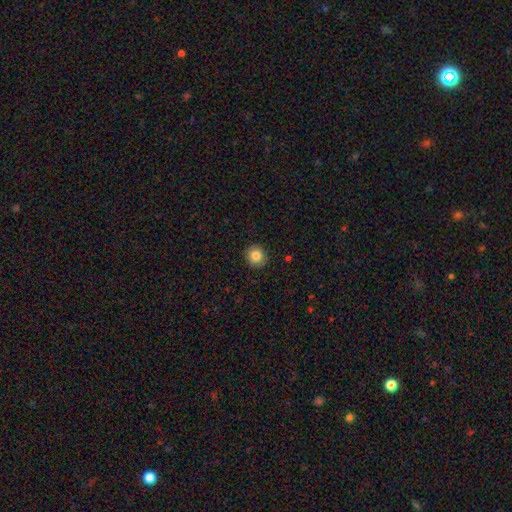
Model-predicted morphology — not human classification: smooth-or-featured: smooth: 84% | star or artifact: 9% | featured or disk: 6%
  how-rounded: round: 90% | in between: 9% | cigar-shaped: 1%
  merging: none: 91% | minor disturbance: 6% | major disturbance: 2% | merger: 1%